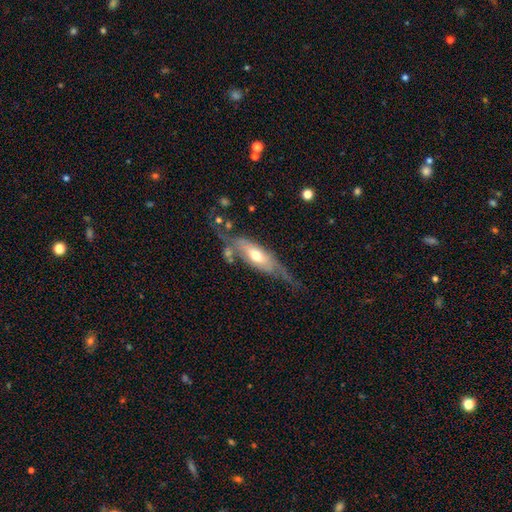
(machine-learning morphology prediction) This appears to be a featured or disk galaxy (65%). Merging: none (46%).